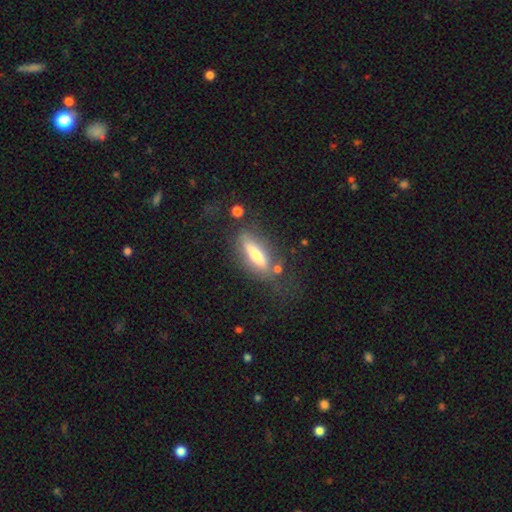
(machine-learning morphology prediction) smooth_or_featured: smooth (p=0.59) [alt: featured or disk p=0.34]
how_rounded: cigar-shaped (p=0.61) [alt: in between p=0.37]
merging: none (p=0.63) [alt: minor disturbance p=0.19]